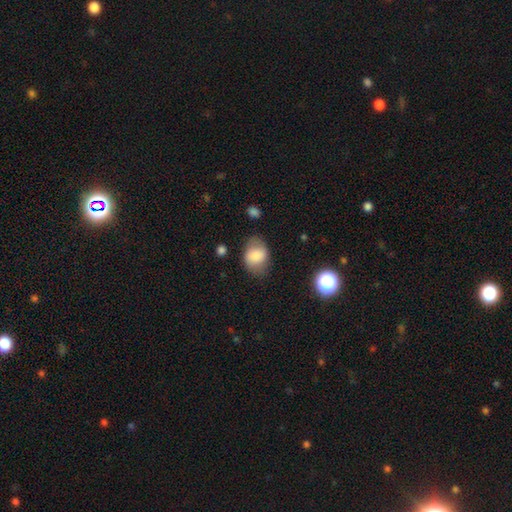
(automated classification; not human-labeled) Smooth or featured? Predicted: smooth (p=0.76). How rounded? Predicted: in between (p=0.69). Merging? Predicted: none (p=0.68).